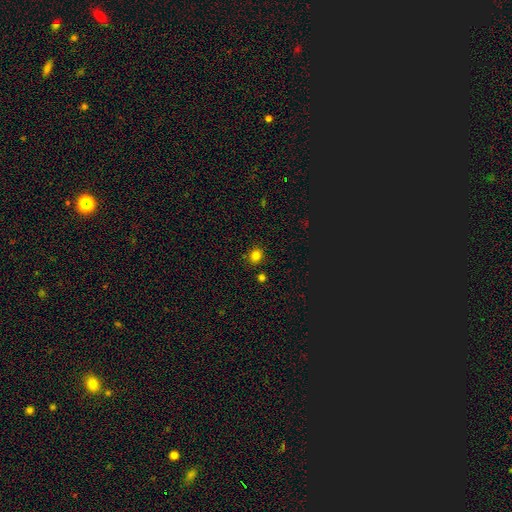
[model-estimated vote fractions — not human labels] Smooth or featured? smooth (80%)
How rounded? round (77%)
Merging? none (86%)